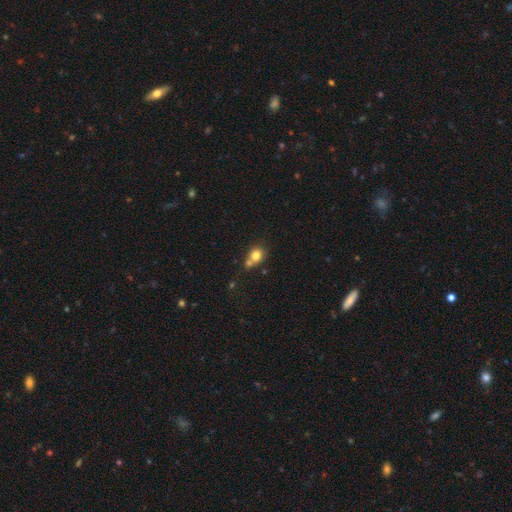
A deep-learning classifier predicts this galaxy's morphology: Smooth or featured? smooth (78%)
How rounded? round (76%)
Merging? none (45%)